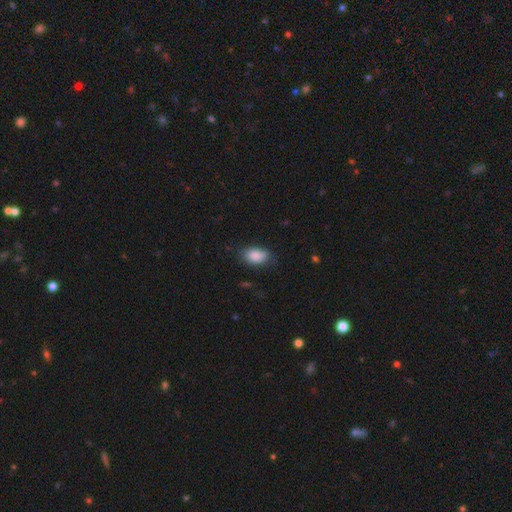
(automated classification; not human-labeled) This is clearly a smooth galaxy (88%). How rounded: clearly in between (90%). Merging: likely none (74%).